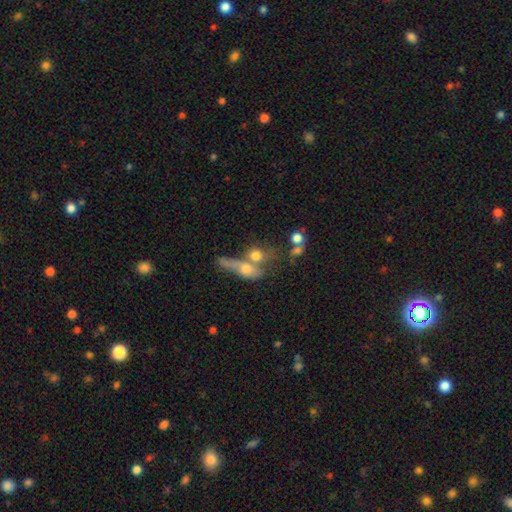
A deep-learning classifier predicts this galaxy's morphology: type=smooth (64%); roundness=round (49%); merging=merger (53%).